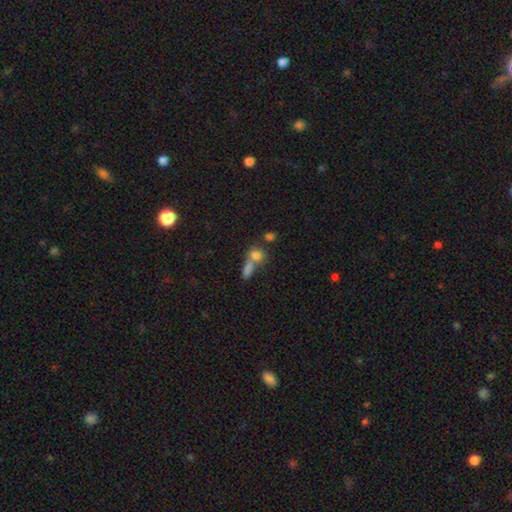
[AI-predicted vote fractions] Smooth or featured: smooth — 77% (star or artifact — 12%)
How rounded: round — 50% (in between — 45%)
Merging: merger — 52% (none — 34%)